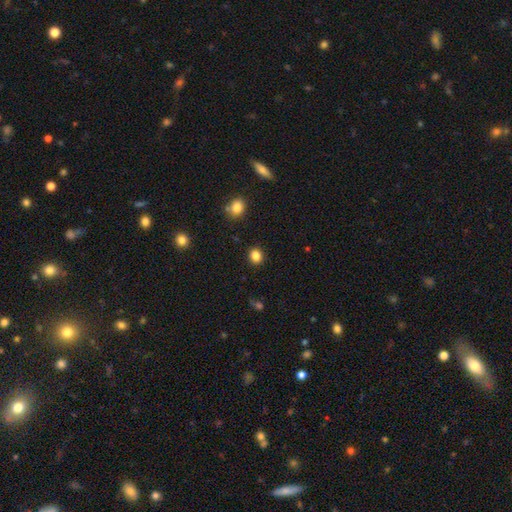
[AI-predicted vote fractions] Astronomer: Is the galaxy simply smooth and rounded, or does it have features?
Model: smooth — 85%.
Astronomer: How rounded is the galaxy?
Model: round — 71%.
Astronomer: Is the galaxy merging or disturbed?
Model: none — 90%.